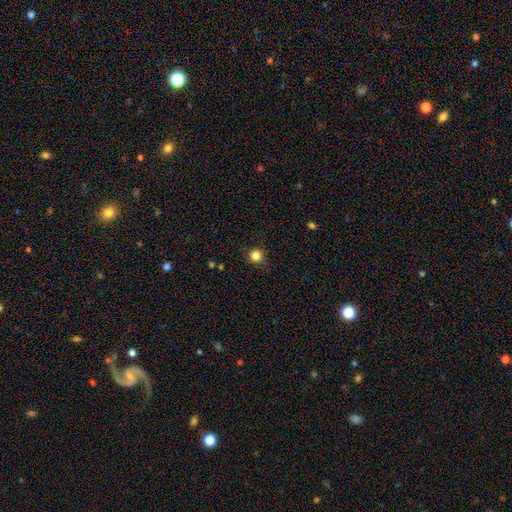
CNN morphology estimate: Smooth or featured: smooth — 84% (star or artifact — 12%)
How rounded: round — 94% (in between — 5%)
Merging: none — 88% (minor disturbance — 8%)